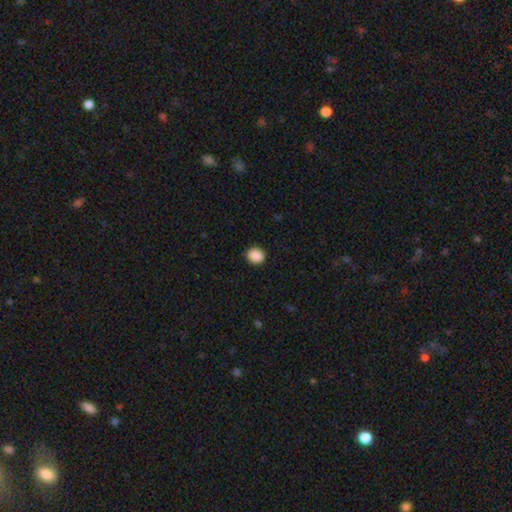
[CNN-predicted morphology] Smooth or featured: smooth — 89% (star or artifact — 8%)
How rounded: round — 77% (in between — 22%)
Merging: none — 90% (minor disturbance — 7%)